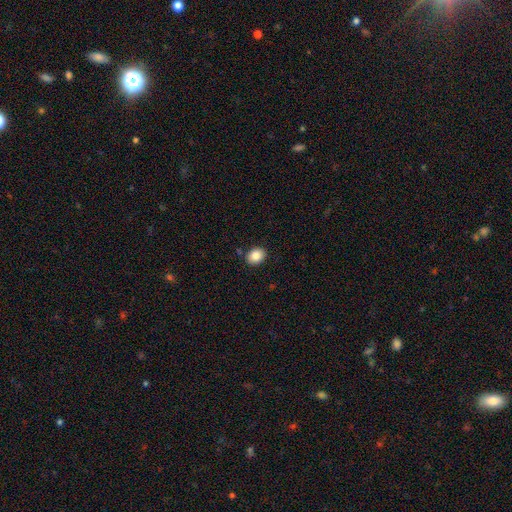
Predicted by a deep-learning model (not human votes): A smooth galaxy with no disk features (86%) that is in between round and cigar-shaped (53%). Merging: none (88%).